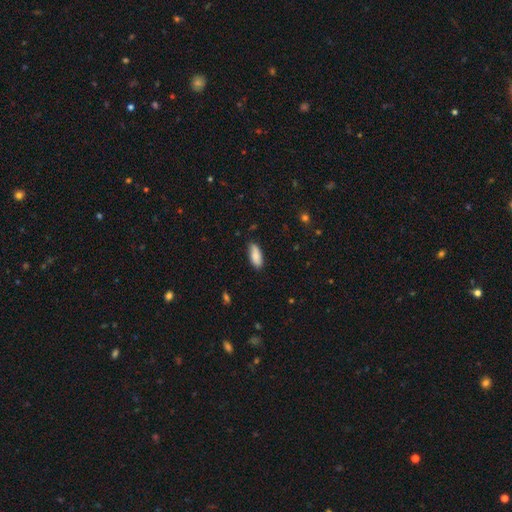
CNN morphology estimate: The model was most divided on "how rounded": in between: 80%, cigar-shaped: 18%, round: 2%. More confident: smooth or featured — smooth (83%); merging — none (79%).